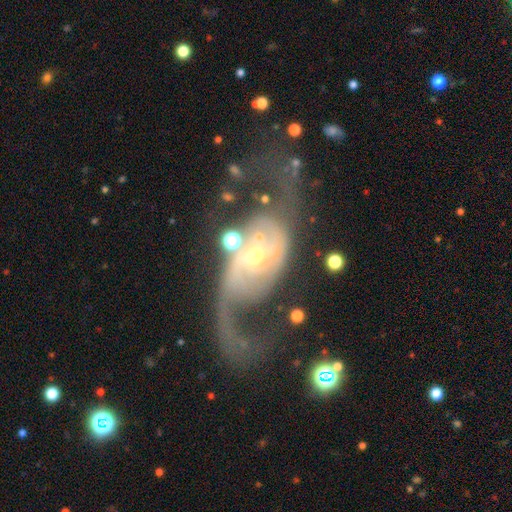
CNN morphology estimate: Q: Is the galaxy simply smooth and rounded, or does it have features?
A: featured or disk — 85%.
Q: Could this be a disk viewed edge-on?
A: no — 96%.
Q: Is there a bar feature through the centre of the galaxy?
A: no — 47%.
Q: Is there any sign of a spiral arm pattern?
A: yes — 91%.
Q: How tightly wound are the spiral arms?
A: loose — 65%.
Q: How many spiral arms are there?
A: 2 — 83%.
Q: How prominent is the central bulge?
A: moderate — 48%.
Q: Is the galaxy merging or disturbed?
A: none — 35%.